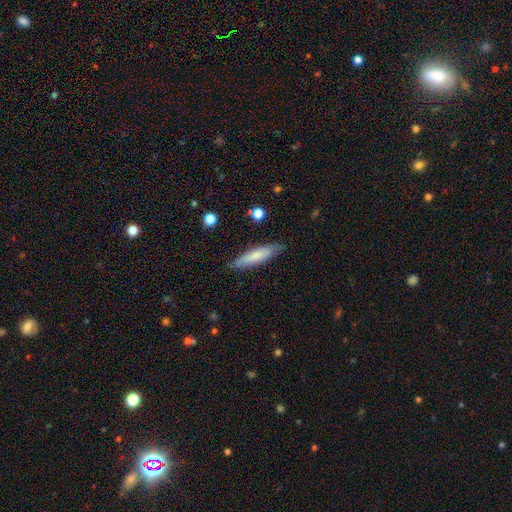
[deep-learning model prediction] smooth 71%, featured or disk 23%, star or artifact 6%. Down the decision tree: how rounded — cigar-shaped (77%); merging — none (82%).